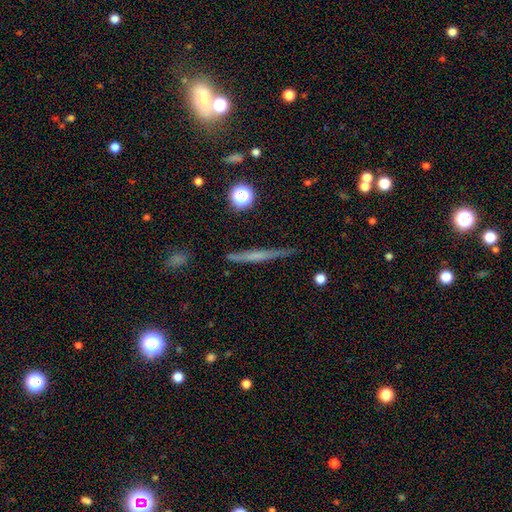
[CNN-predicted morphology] A featured or disk galaxy (46%). Merging: none (83%).